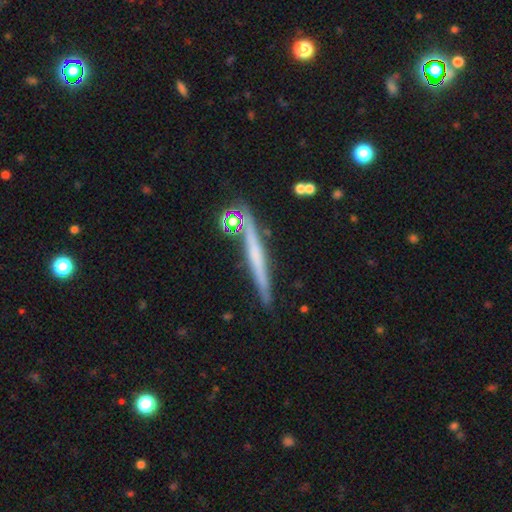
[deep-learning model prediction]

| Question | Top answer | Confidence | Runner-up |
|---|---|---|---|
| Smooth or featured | featured or disk | 53% | smooth (38%) |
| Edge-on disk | yes | 96% | no (4%) |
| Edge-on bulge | none | 73% | rounded (19%) |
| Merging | none | 85% | minor disturbance (9%) |